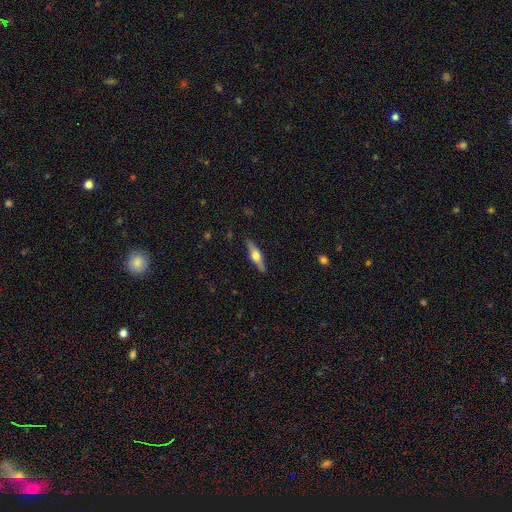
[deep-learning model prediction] Smooth or featured? Predicted: featured or disk (p=0.61). Edge-on disk? Predicted: yes (p=0.95). Edge-on bulge? Predicted: rounded (p=0.93). Merging? Predicted: none (p=0.88).